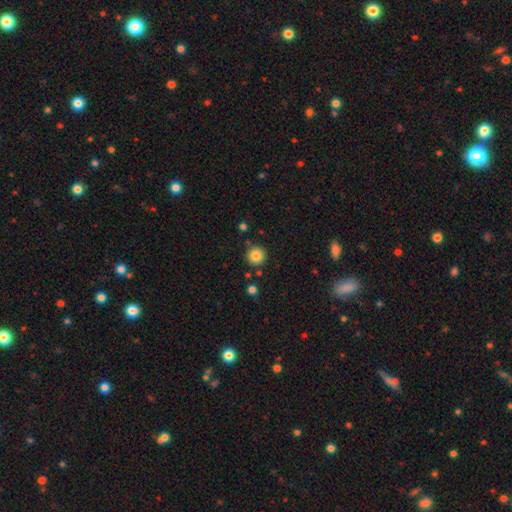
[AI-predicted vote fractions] Morphology: type=smooth (84%); roundness=round (95%); merging=none (87%).